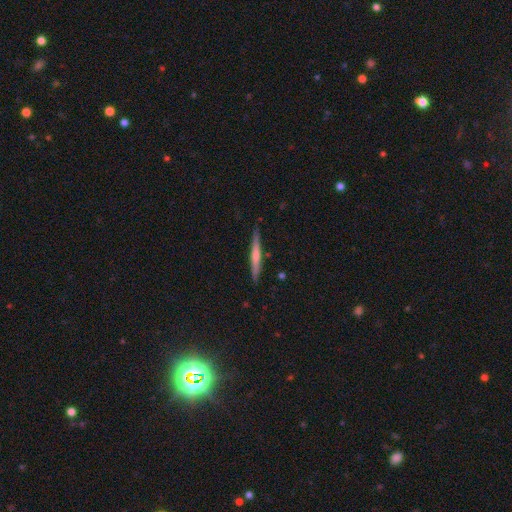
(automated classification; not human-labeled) This appears to be a smooth galaxy with no disk features (50%) that is cigar-shaped (95%). Merging: none (85%).